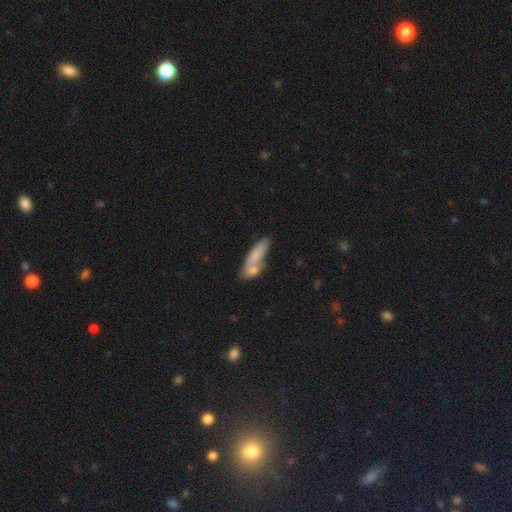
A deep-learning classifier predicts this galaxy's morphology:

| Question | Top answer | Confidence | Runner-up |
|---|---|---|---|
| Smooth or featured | smooth | 74% | featured or disk (19%) |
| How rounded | cigar-shaped | 55% | in between (42%) |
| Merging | merger | 43% | none (39%) |